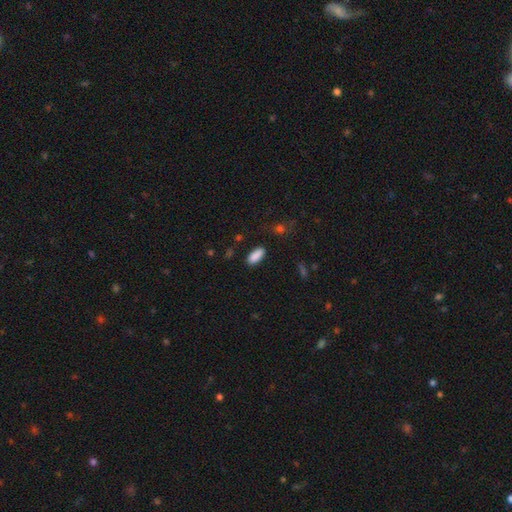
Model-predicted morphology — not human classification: Q: Smooth or featured?
A: smooth (89%); runner-up: star or artifact (7%)
Q: How rounded?
A: in between (85%); runner-up: cigar-shaped (13%)
Q: Merging?
A: none (85%); runner-up: minor disturbance (10%)